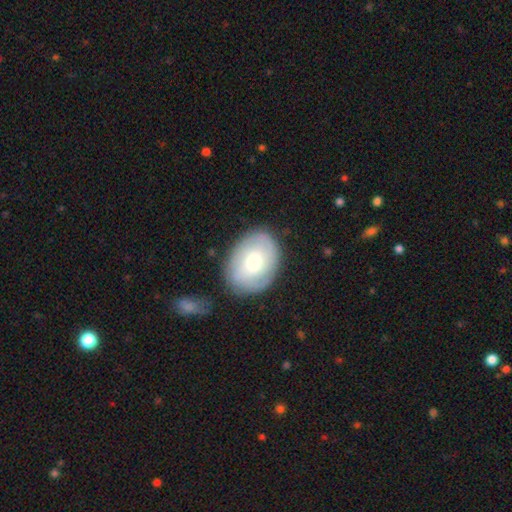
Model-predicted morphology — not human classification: The model was most divided on "smooth or featured": smooth: 53%, featured or disk: 40%, star or artifact: 8%. More confident: merging — none (80%); how rounded — in between (60%).